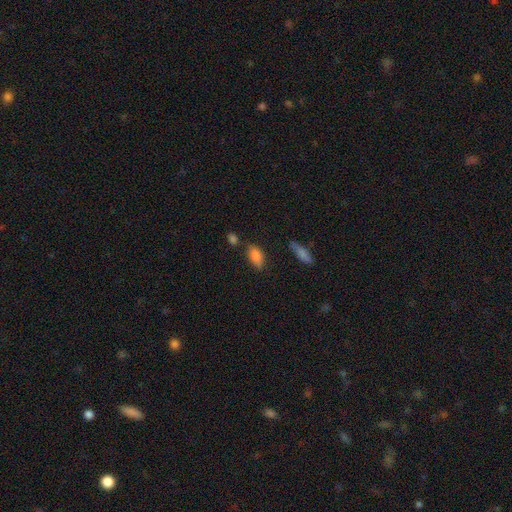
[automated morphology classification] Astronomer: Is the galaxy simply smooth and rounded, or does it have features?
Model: smooth — 82%.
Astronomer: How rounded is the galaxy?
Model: in between — 86%.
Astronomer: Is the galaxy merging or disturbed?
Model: none — 66%.